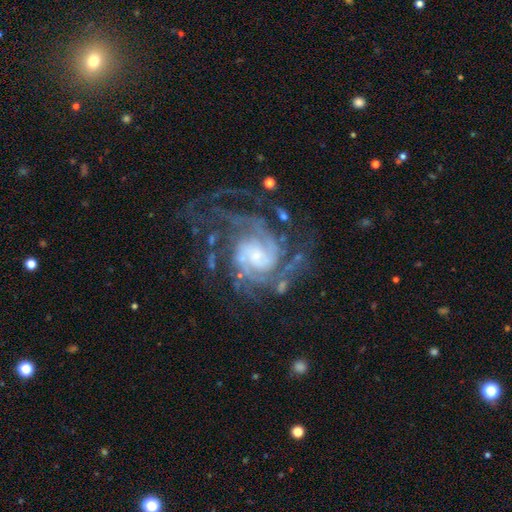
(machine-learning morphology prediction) Q: Smooth or featured?
A: featured or disk (91%); runner-up: star or artifact (6%)
Q: Edge-on disk?
A: no (98%); runner-up: yes (2%)
Q: Bar?
A: no (60%); runner-up: weak (29%)
Q: Spiral arms?
A: yes (98%); runner-up: no (2%)
Q: Spiral winding?
A: tight (56%); runner-up: medium (36%)
Q: Spiral arm count?
A: 2 (24%); tied with: 3 (24%)
Q: Bulge size?
A: small (56%); runner-up: moderate (27%)
Q: Merging?
A: none (59%); runner-up: major disturbance (20%)